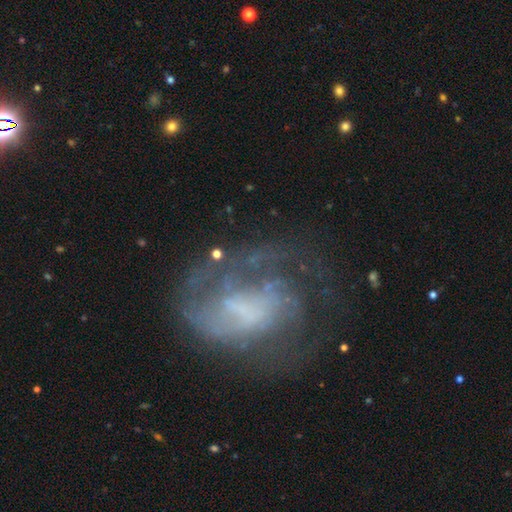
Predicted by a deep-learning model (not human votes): A featured or disk galaxy (75%) with no bar (54%), medium (38%) spiral arms (76%) and no central bulge (51%).

Vote fractions:
- Smooth or featured? featured or disk: 75% / smooth: 15% / star or artifact: 10%
- Edge-on disk? no: 98% / yes: 2%
- Bar? no: 54% / weak: 36% / strong: 10%
- Spiral arms? yes: 76% / no: 24%
- Spiral winding? medium: 38% / tight: 34% / loose: 28%
- Spiral arm count? can't tell: 36% / 2: 23% / 1: 21% / 3: 11% / 4: 5% / more than 4: 4%
- Bulge size? none: 51% / small: 24% / moderate: 17% / large: 7% / dominant: 2%
- Merging? none: 45% / major disturbance: 32% / minor disturbance: 19% / merger: 3%